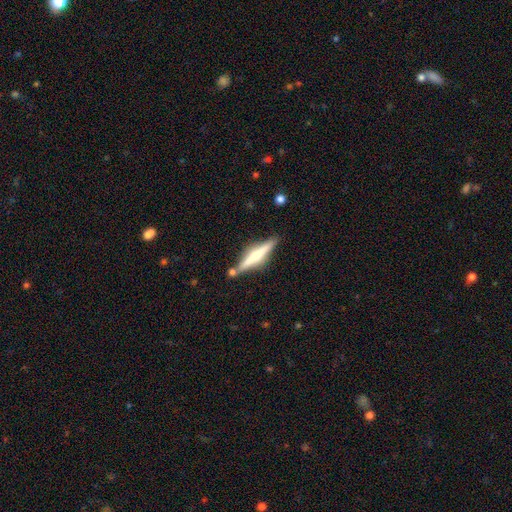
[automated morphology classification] A featured or disk galaxy (63%) viewed edge-on (96%) with a rounded central bulge (72%).

Vote fractions:
- Smooth or featured? featured or disk: 63% / smooth: 31% / star or artifact: 6%
- Edge-on disk? yes: 96% / no: 4%
- Edge-on bulge? rounded: 72% / none: 16% / boxy: 12%
- Merging? none: 78% / minor disturbance: 11% / merger: 8% / major disturbance: 3%